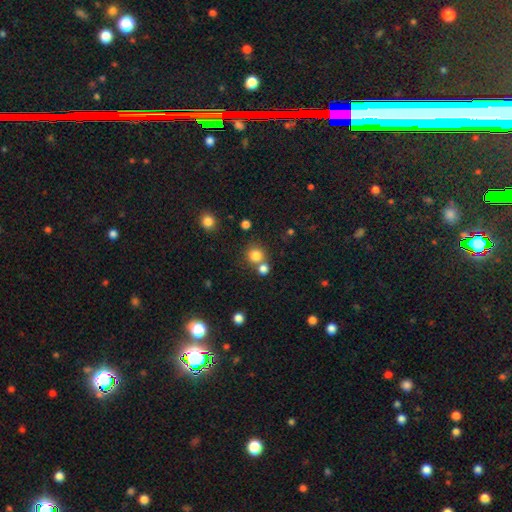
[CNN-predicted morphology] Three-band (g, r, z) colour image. It shows a smooth galaxy with no disk features (81%) that is round (90%). Merging: none (65%).